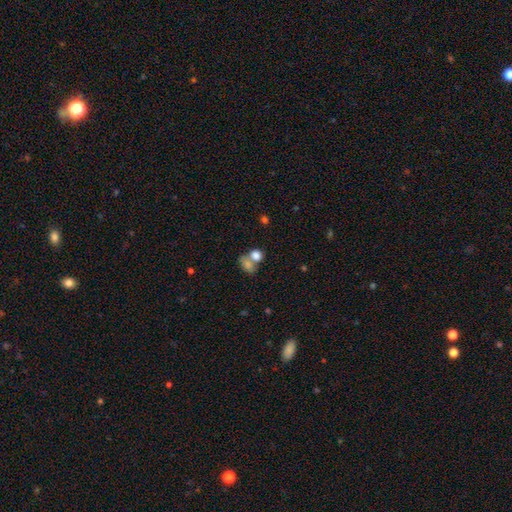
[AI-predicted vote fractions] Smooth or featured: smooth — 78% (featured or disk — 11%)
How rounded: round — 50% (in between — 48%)
Merging: merger — 54% (none — 31%)